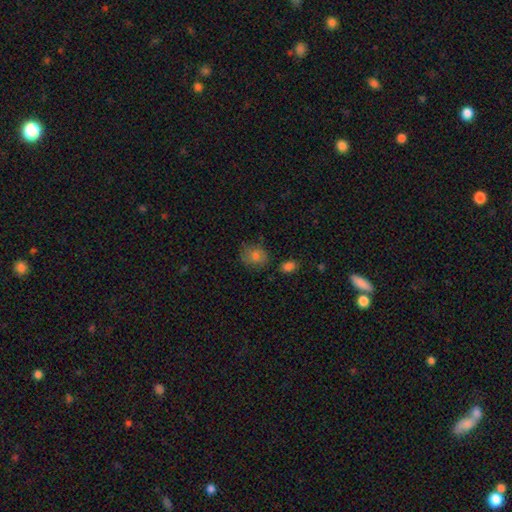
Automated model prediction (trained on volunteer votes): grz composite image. It shows a smooth galaxy with no disk features (75%) that is round (58%). Merging: none (65%).